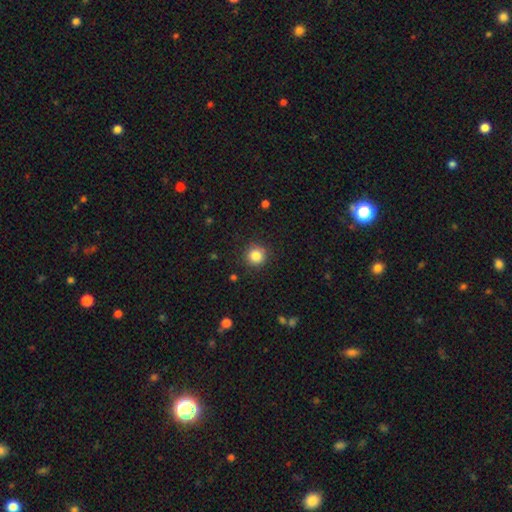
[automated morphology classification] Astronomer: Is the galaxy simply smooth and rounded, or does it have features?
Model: smooth — 84%.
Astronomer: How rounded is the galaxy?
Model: round — 95%.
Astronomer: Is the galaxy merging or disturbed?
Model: none — 90%.